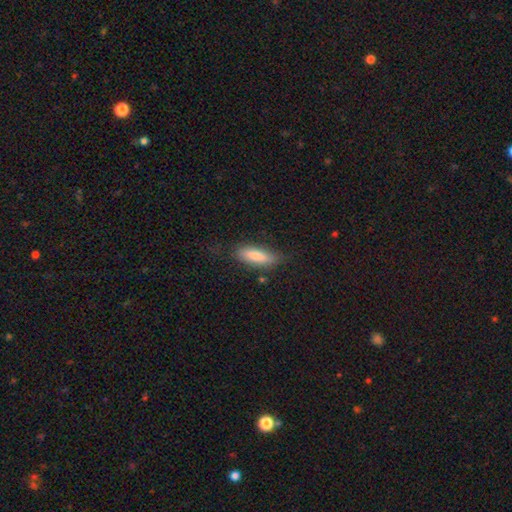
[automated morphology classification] smooth 79%, featured or disk 15%, star or artifact 6%. Down the decision tree: how rounded — in between (57%); merging — none (75%).